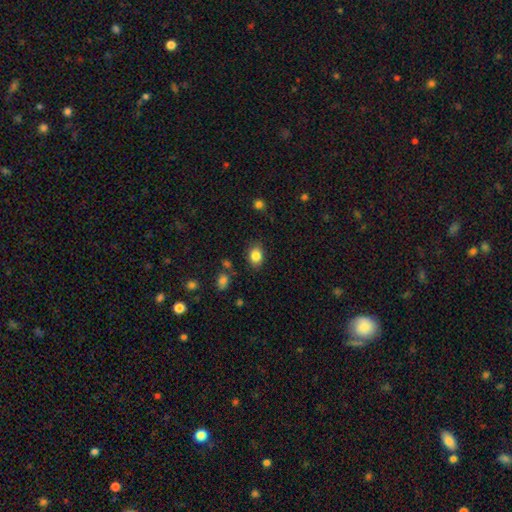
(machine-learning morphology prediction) Q: Smooth or featured?
A: smooth (85%); runner-up: star or artifact (9%)
Q: How rounded?
A: in between (59%); runner-up: round (40%)
Q: Merging?
A: none (82%); runner-up: minor disturbance (12%)